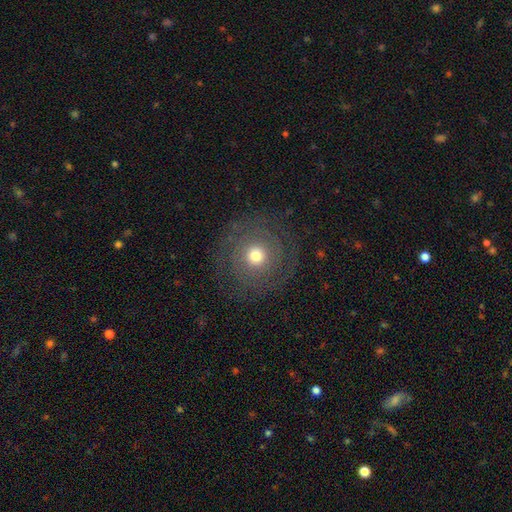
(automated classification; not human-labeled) smooth-or-featured: featured or disk: 50% | smooth: 38% | star or artifact: 13%
  merging: none: 81% | minor disturbance: 10% | major disturbance: 8% | merger: 1%